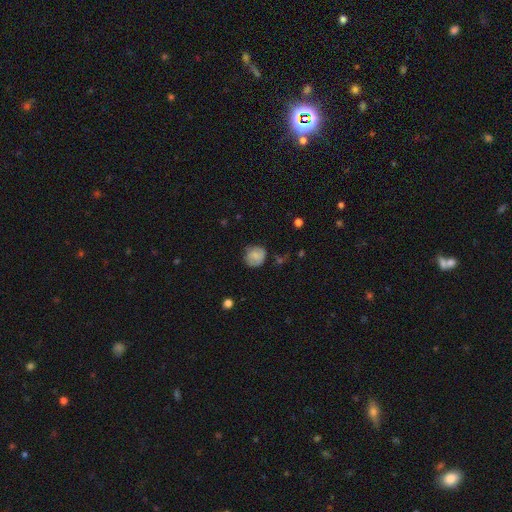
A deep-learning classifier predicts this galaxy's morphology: Smooth or featured?
  - smooth: 77% *
  - featured or disk: 15%
  - star or artifact: 8%
How rounded?
  - round: 81% *
  - in between: 18%
  - cigar-shaped: 1%
Merging?
  - none: 67% *
  - minor disturbance: 26%
  - major disturbance: 6%
  - merger: 2%